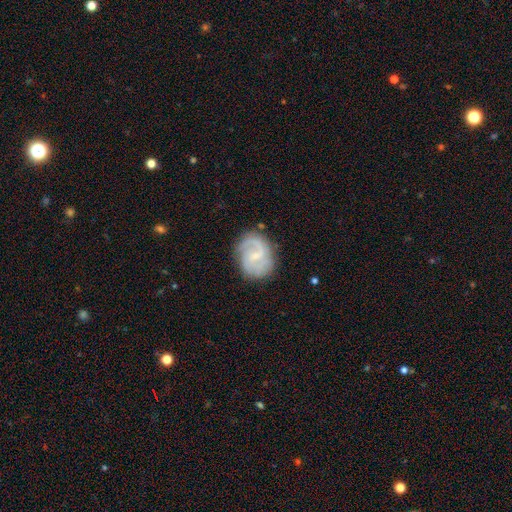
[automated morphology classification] featured or disk 78%, smooth 16%, star or artifact 6%. Down the decision tree: edge-on disk — no (98%); bar — weak (60%); spiral arms — yes (94%); spiral arm count — 2 (75%); spiral winding — medium (49%); bulge size — small (56%); merging — none (73%).